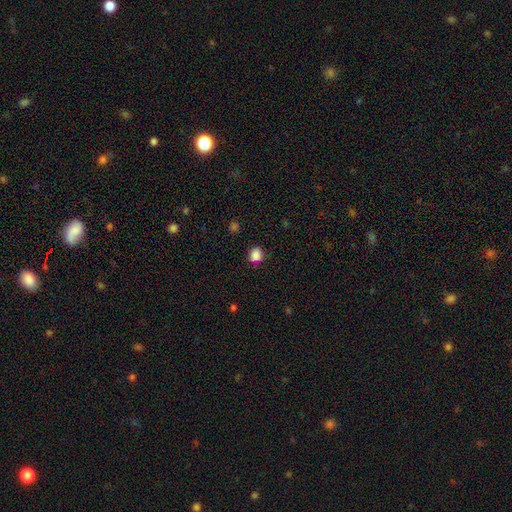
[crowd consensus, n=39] smooth 90%, star or artifact 8%, featured or disk 3%. Down the decision tree: how rounded — in between (63%); merging — none (89%).